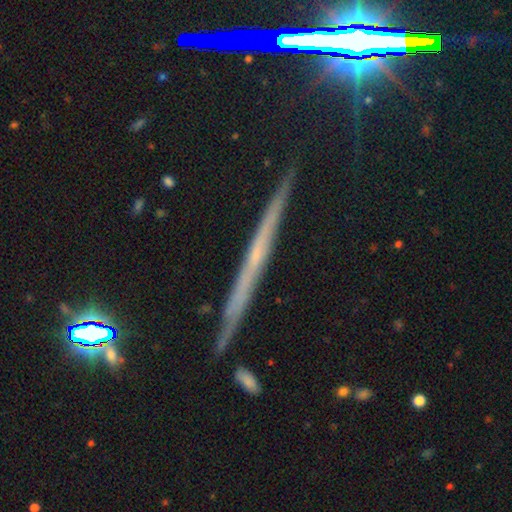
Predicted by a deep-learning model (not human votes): A featured or disk galaxy (61%) viewed edge-on (97%) with no central bulge (76%).

Vote fractions:
- Smooth or featured? featured or disk: 61% / smooth: 23% / star or artifact: 16%
- Edge-on disk? yes: 97% / no: 3%
- Edge-on bulge? none: 76% / rounded: 18% / boxy: 6%
- Merging? none: 87% / minor disturbance: 9% / merger: 2% / major disturbance: 2%